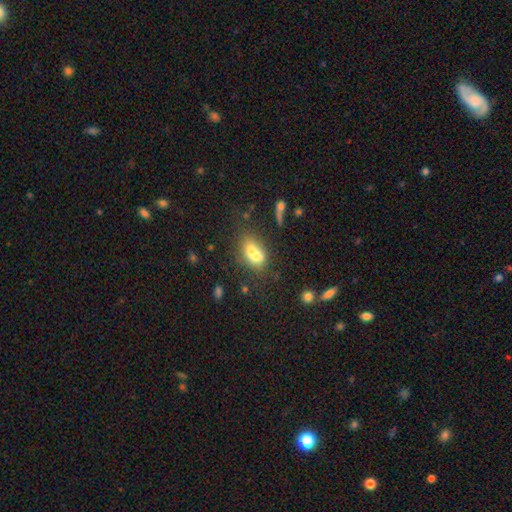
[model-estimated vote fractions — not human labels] Smooth or featured? Predicted: smooth (p=0.64). How rounded? Predicted: in between (p=0.70). Merging? Predicted: merger (p=0.59).